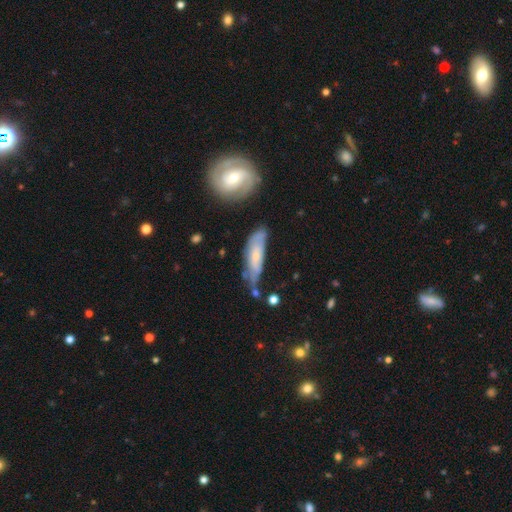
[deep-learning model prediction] Q: Smooth or featured?
A: featured or disk (48%); runner-up: smooth (44%)
Q: Merging?
A: none (51%); runner-up: minor disturbance (31%)